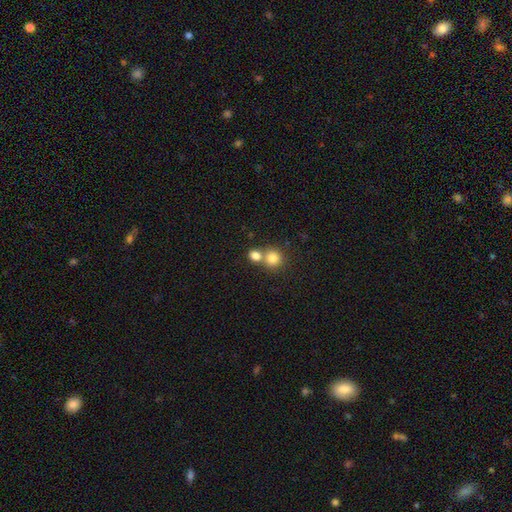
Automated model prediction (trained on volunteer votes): The model was most divided on "merging": none: 47%, merger: 44%, minor disturbance: 6%, major disturbance: 3%. More confident: smooth or featured — smooth (81%); how rounded — round (81%).